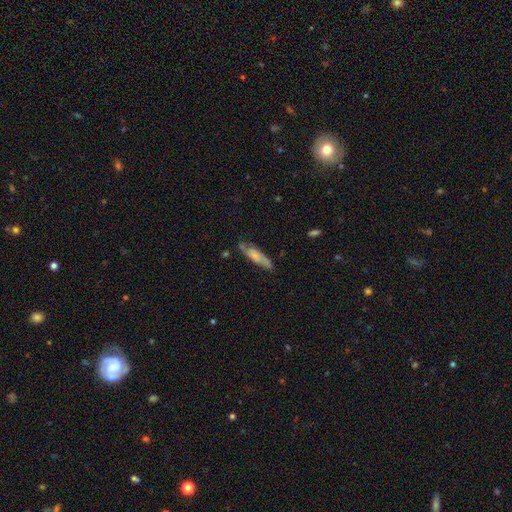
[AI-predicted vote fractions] This is likely a smooth galaxy (61%). How rounded: likely cigar-shaped (75%). Merging: likely none (67%).